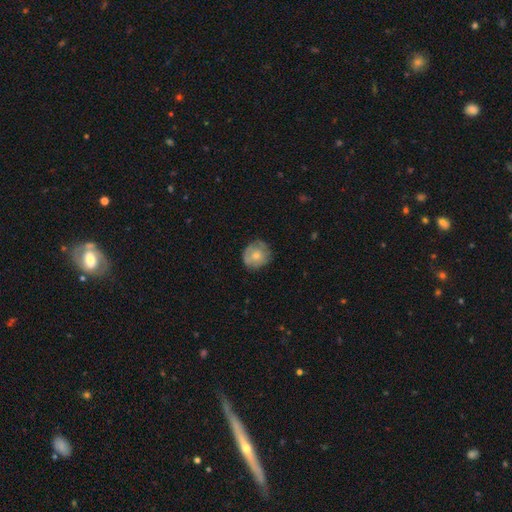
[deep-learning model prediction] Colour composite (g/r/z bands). It shows a smooth galaxy with no disk features (65%) that is round (86%). Merging: none (72%).